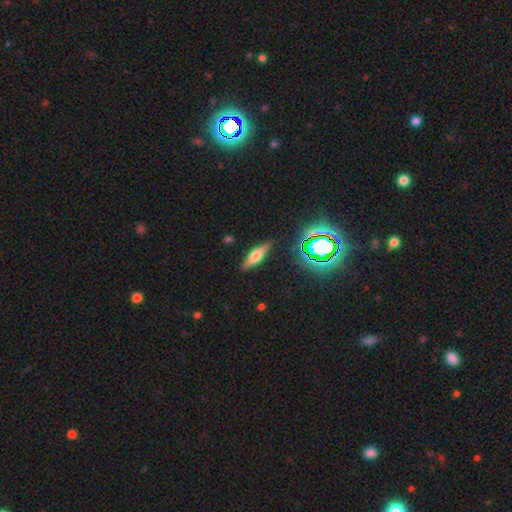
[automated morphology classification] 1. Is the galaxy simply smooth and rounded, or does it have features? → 45% smooth, 43% featured or disk, 12% star or artifact.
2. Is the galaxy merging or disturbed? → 86% none, 10% minor disturbance, 2% major disturbance, 2% merger.